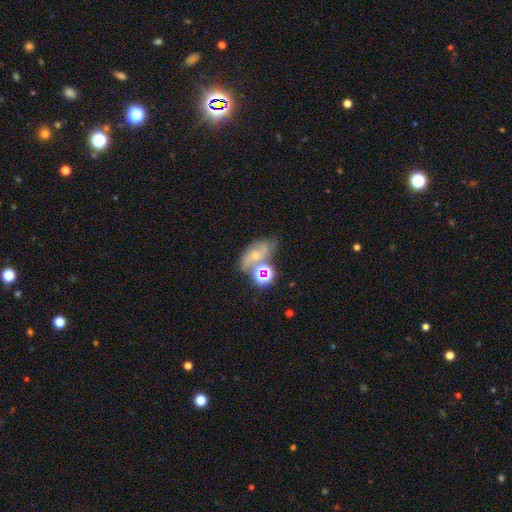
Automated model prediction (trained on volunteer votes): Smooth or featured? Predicted: featured or disk (p=0.43). Merging? Predicted: none (p=0.44).